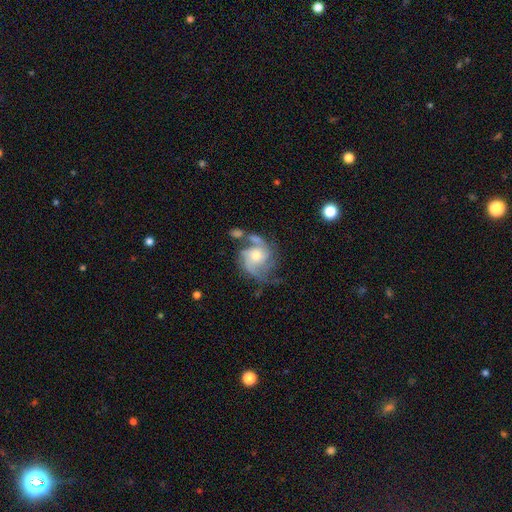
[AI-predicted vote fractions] Smooth or featured: featured or disk — 82% (smooth — 11%)
Edge-on disk: no — 98% (yes — 2%)
Bar: no — 70% (weak — 26%)
Spiral arms: yes — 94% (no — 6%)
Spiral winding: medium — 47% (tight — 28%)
Spiral arm count: 2 — 37% (3 — 31%)
Bulge size: moderate — 62% (small — 28%)
Merging: none — 47% (minor disturbance — 21%)